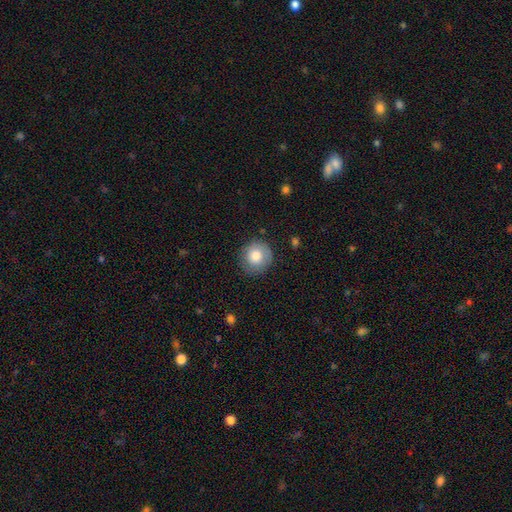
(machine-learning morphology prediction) Overall: smooth (78%). How rounded: round (91%). Merging: none (82%).